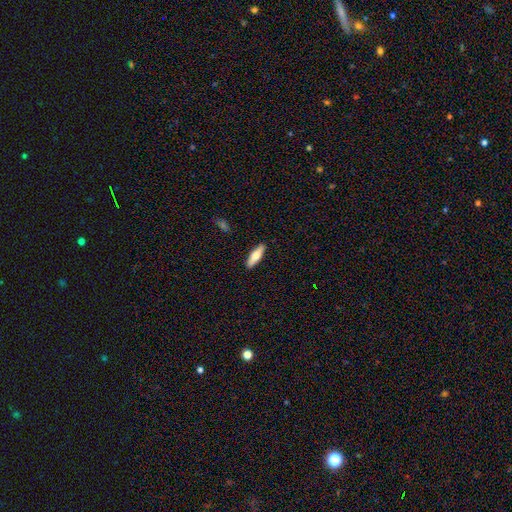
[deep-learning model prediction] Smooth or featured: smooth — 65% (featured or disk — 29%)
How rounded: cigar-shaped — 52% (in between — 46%)
Merging: none — 90% (minor disturbance — 7%)